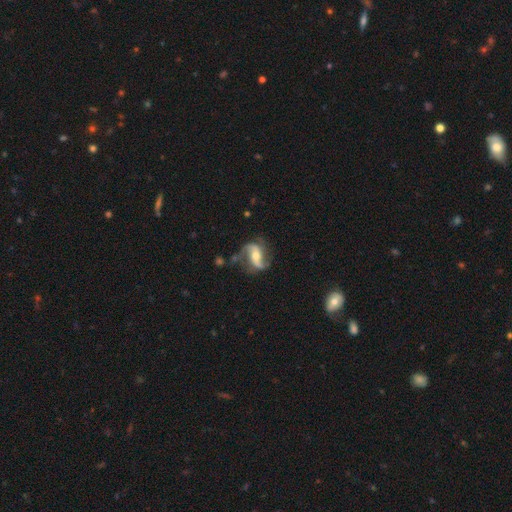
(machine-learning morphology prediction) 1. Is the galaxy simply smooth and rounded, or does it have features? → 87% featured or disk, 7% smooth, 6% star or artifact.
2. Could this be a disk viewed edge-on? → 96% no, 4% yes.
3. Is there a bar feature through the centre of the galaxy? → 39% no, 32% weak, 29% strong.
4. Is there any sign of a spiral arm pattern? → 96% yes, 4% no.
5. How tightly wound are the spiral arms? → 64% loose, 28% medium, 7% tight.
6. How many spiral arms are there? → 90% 2, 3% 3, 3% can't tell, 2% 1, 1% 4, 1% more than 4.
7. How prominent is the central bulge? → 62% moderate, 32% small, 4% large, 1% none, 1% dominant.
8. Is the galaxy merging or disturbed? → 68% none, 18% minor disturbance, 10% major disturbance, 4% merger.